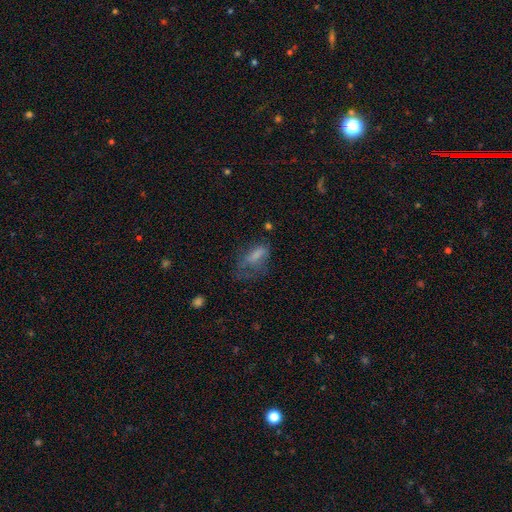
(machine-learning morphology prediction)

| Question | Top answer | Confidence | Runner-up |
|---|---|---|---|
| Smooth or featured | smooth | 64% | featured or disk (24%) |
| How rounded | in between | 75% | cigar-shaped (19%) |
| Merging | major disturbance | 43% | none (28%) |